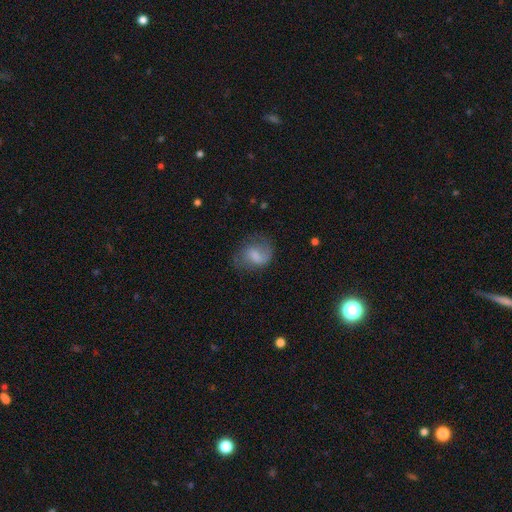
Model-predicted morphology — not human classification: A smooth galaxy with no disk features (50%).

Vote fractions:
- Smooth or featured? smooth: 50% / featured or disk: 41% / star or artifact: 9%
- Merging? none: 51% / minor disturbance: 25% / major disturbance: 22% / merger: 2%